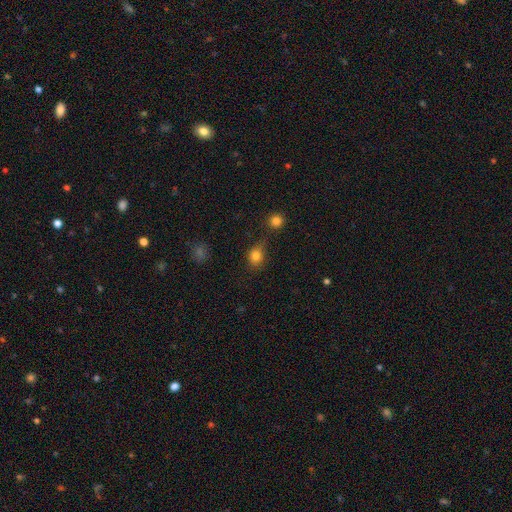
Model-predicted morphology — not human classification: A smooth galaxy with no disk features (80%) that is round (63%). Merging: none (61%).